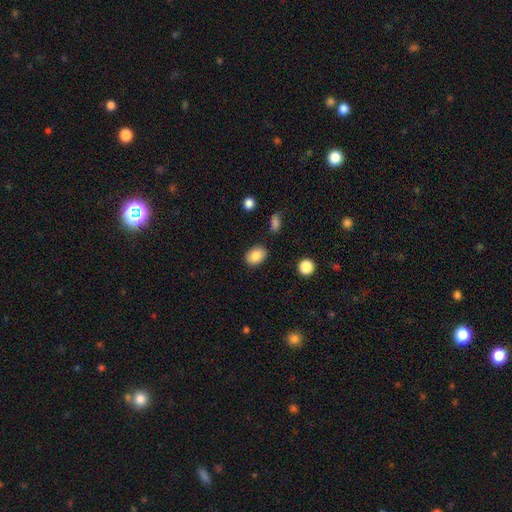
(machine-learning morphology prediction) The model was most divided on "how rounded": in between: 74%, round: 25%, cigar-shaped: 1%. More confident: smooth or featured — smooth (86%); merging — none (84%).